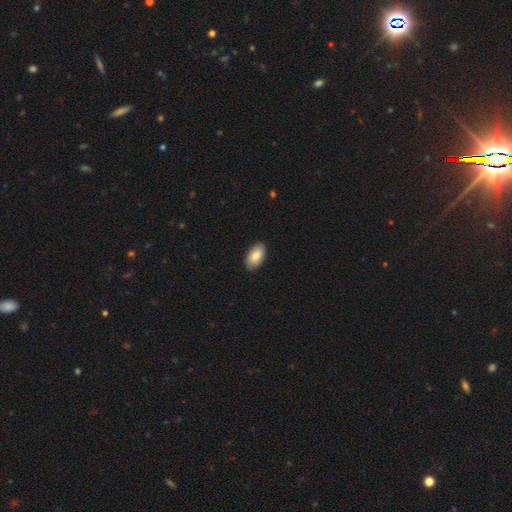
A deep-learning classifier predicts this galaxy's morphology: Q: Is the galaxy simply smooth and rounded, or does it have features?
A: smooth — 82%.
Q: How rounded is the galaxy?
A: in between — 95%.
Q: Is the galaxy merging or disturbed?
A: none — 89%.